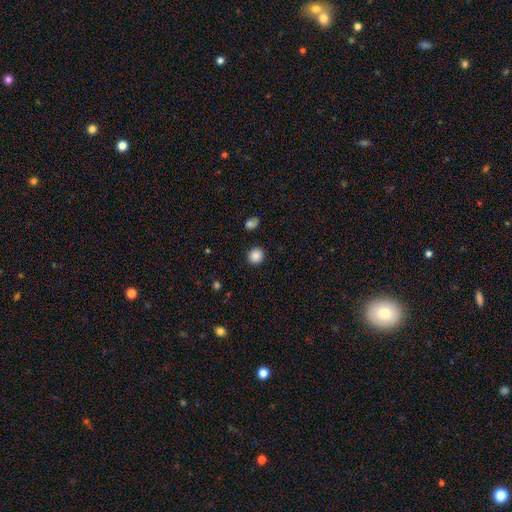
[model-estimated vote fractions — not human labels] Smooth or featured?
  - smooth: 87% *
  - star or artifact: 10%
  - featured or disk: 4%
How rounded?
  - round: 87% *
  - in between: 12%
  - cigar-shaped: 1%
Merging?
  - none: 91% *
  - minor disturbance: 6%
  - major disturbance: 2%
  - merger: 2%